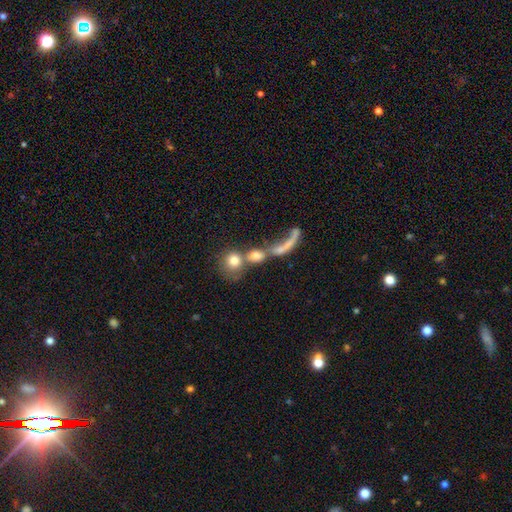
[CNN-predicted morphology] Smooth or featured?
  - smooth: 57% *
  - featured or disk: 30%
  - star or artifact: 13%
How rounded?
  - round: 63% *
  - in between: 25%
  - cigar-shaped: 12%
Merging?
  - merger: 56% *
  - none: 22%
  - major disturbance: 16%
  - minor disturbance: 7%